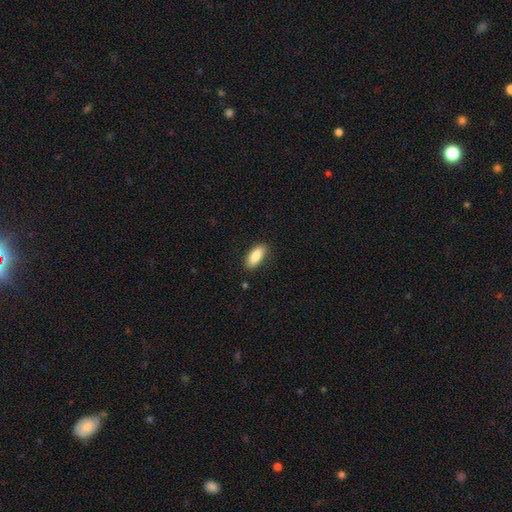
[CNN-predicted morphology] smooth_or_featured: smooth (p=0.87) [alt: featured or disk p=0.07]
how_rounded: in between (p=0.84) [alt: cigar-shaped p=0.14]
merging: none (p=0.85) [alt: minor disturbance p=0.11]